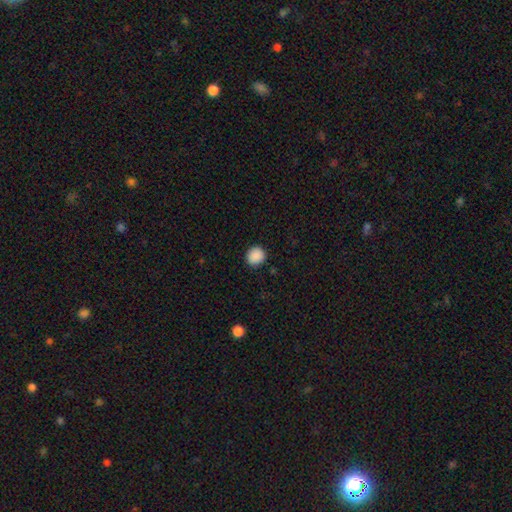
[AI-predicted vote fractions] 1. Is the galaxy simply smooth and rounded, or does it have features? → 89% smooth, 8% star or artifact, 2% featured or disk.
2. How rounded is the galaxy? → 89% round, 10% in between, 1% cigar-shaped.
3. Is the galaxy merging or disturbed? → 90% none, 7% minor disturbance, 2% major disturbance, 1% merger.